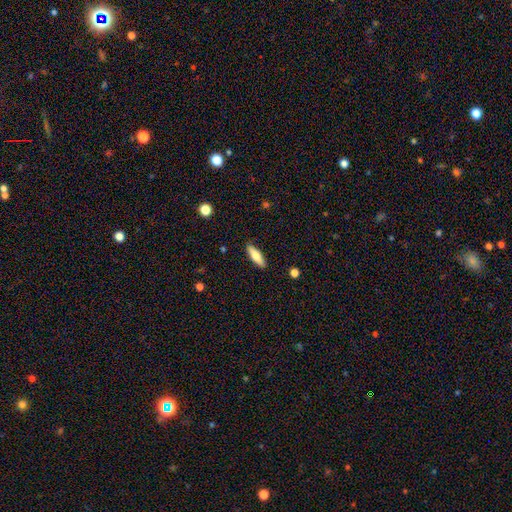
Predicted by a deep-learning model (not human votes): A smooth galaxy with no disk features (67%) that is cigar-shaped (58%).

Vote fractions:
- Smooth or featured? smooth: 67% / featured or disk: 27% / star or artifact: 6%
- How rounded? cigar-shaped: 58% / in between: 40% / round: 2%
- Merging? none: 88% / minor disturbance: 9% / major disturbance: 2% / merger: 1%